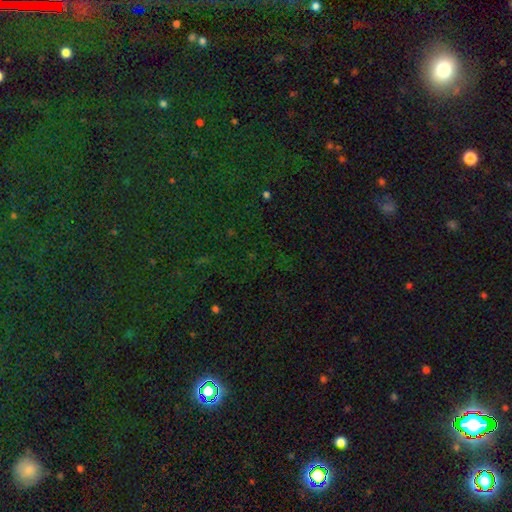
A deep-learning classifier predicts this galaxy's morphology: smooth_or_featured: star or artifact (p=0.78) [alt: smooth p=0.13]